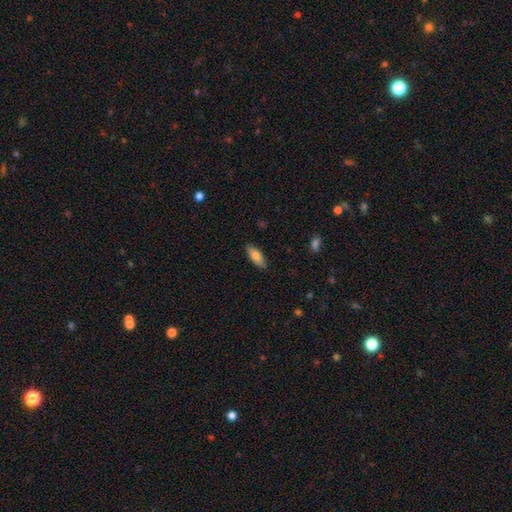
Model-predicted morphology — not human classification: The model was most divided on "how rounded": in between: 71%, cigar-shaped: 27%, round: 2%. More confident: merging — none (87%); smooth or featured — smooth (76%).